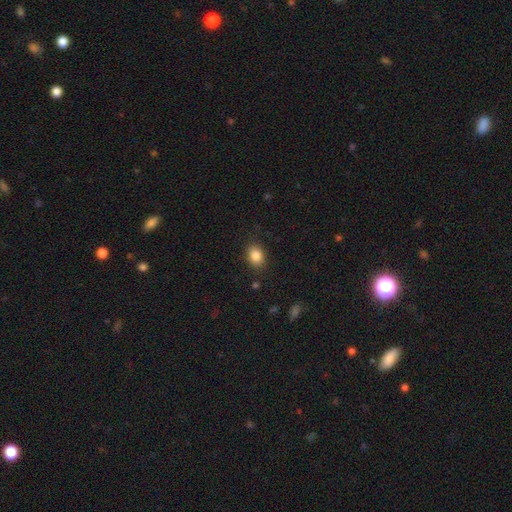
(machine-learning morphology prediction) smooth_or_featured: smooth (p=0.85) [alt: star or artifact p=0.09]
how_rounded: in between (p=0.71) [alt: round p=0.28]
merging: none (p=0.86) [alt: minor disturbance p=0.10]